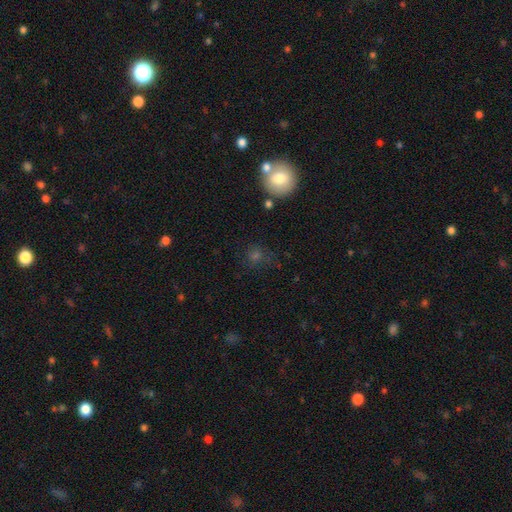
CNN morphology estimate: Smooth or featured? smooth (59%)
How rounded? round (87%)
Merging? none (75%)